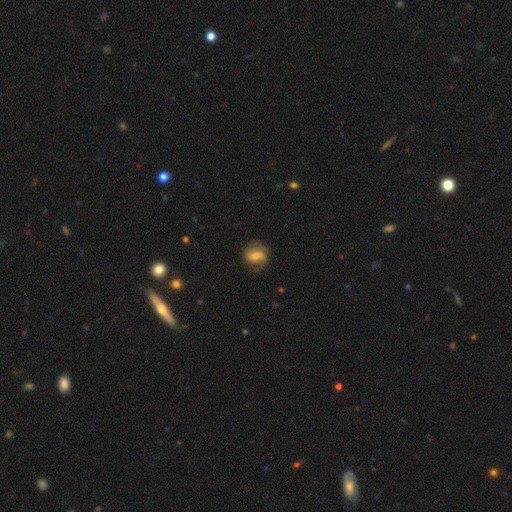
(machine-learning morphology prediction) This appears to be a featured or disk galaxy (69%) with a weak bar (48%), 2 (74%) medium (44%) spiral arms (89%) and a moderate central bulge (45%). Merging: none (68%).